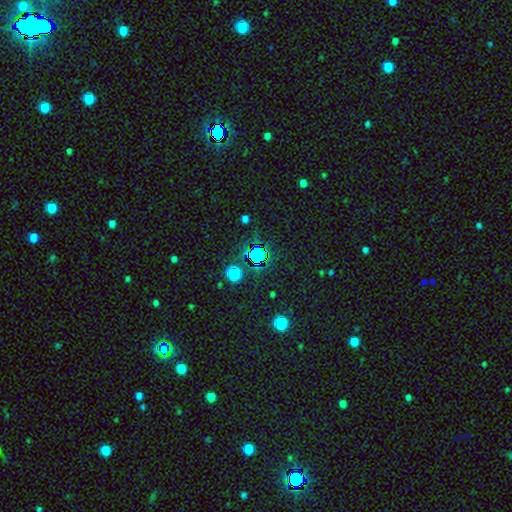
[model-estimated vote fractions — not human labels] This is likely a star or artifact rather than a galaxy (68%).